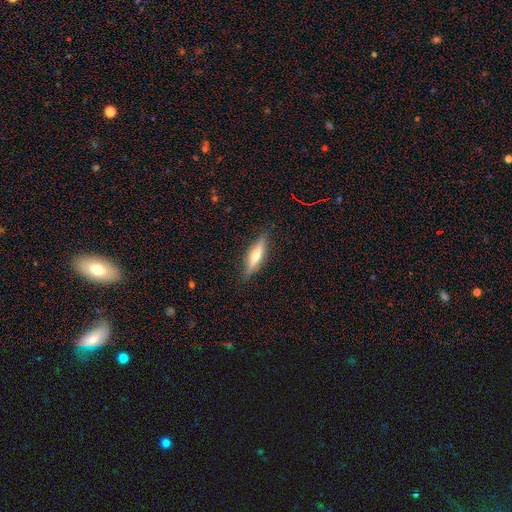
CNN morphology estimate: Smooth or featured: featured or disk — 52% (smooth — 42%)
Edge-on disk: yes — 92% (no — 8%)
Merging: none — 87% (minor disturbance — 10%)